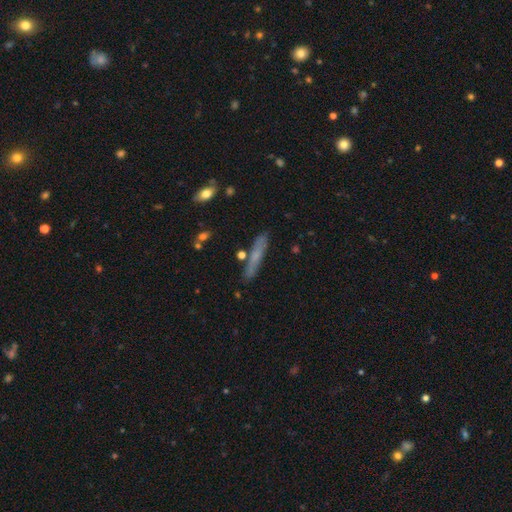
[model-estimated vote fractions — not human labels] Smooth or featured? Predicted: smooth (p=0.59). How rounded? Predicted: cigar-shaped (p=0.92). Merging? Predicted: none (p=0.81).